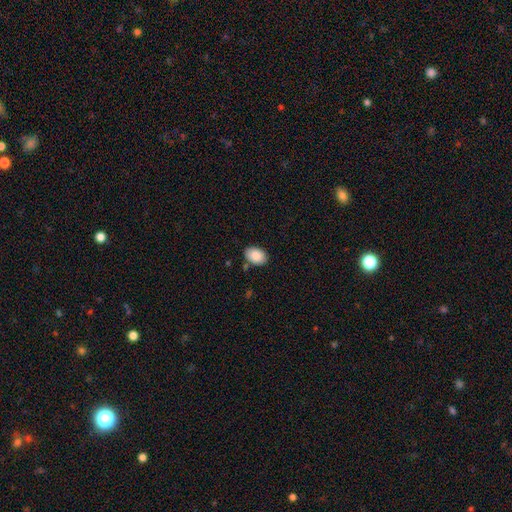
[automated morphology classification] Q: Smooth or featured?
A: smooth (89%); runner-up: star or artifact (7%)
Q: How rounded?
A: in between (83%); runner-up: round (16%)
Q: Merging?
A: none (82%); runner-up: minor disturbance (12%)